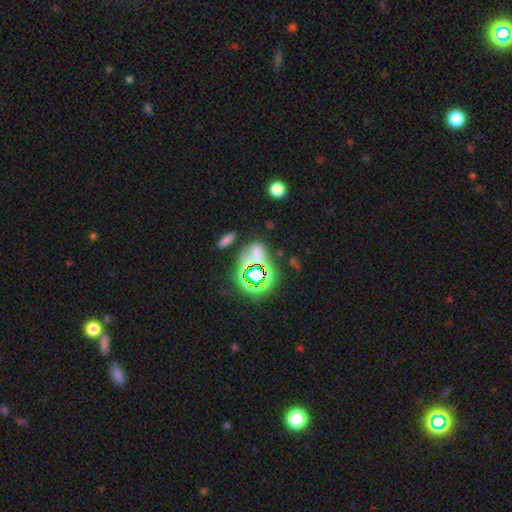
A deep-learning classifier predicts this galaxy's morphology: This is possibly a star or artifact rather than a galaxy (51%).